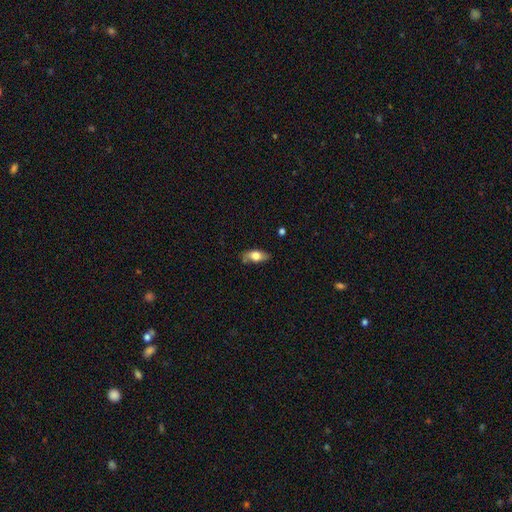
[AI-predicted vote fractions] Overall: smooth (68%). How rounded: in between (82%). Merging: none (68%).